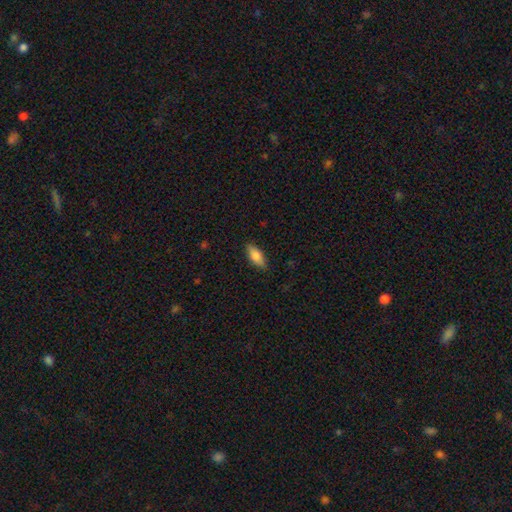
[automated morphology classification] Smooth or featured? Predicted: smooth (p=0.81). How rounded? Predicted: in between (p=0.78). Merging? Predicted: none (p=0.86).